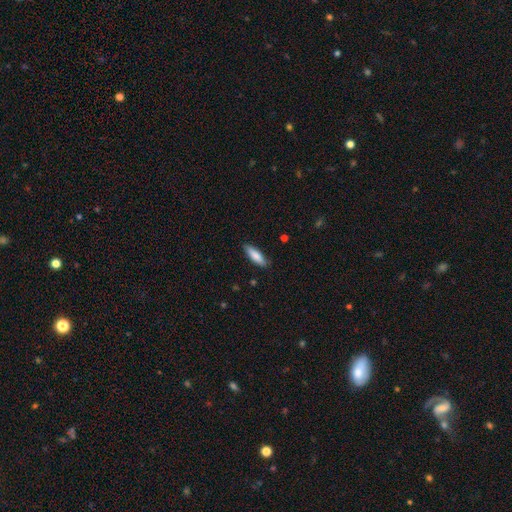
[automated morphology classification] The model was most divided on "how rounded": cigar-shaped: 58%, in between: 41%, round: 2%. More confident: merging — none (86%); smooth or featured — smooth (82%).